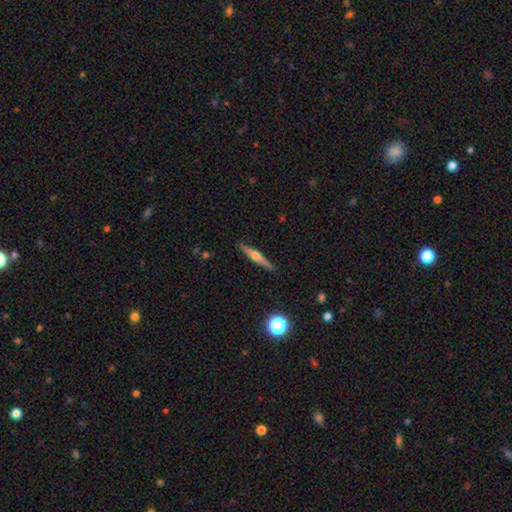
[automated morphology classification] This appears to be a featured or disk galaxy (69%) viewed edge-on (98%) with a rounded central bulge (91%). Merging: none (90%).